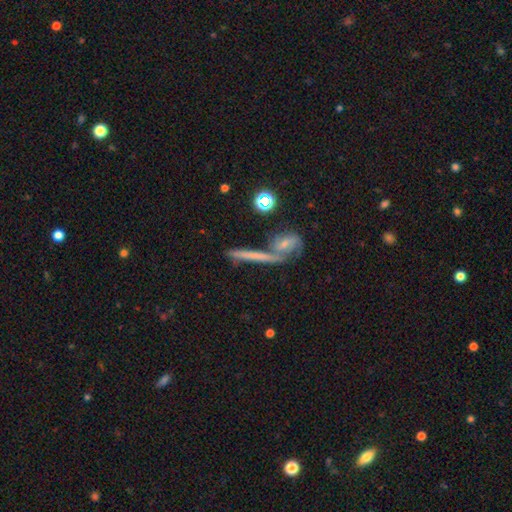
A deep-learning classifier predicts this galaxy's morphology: Smooth or featured: featured or disk — 51% (smooth — 35%)
Edge-on disk: yes — 66% (no — 34%)
Merging: none — 57% (merger — 26%)